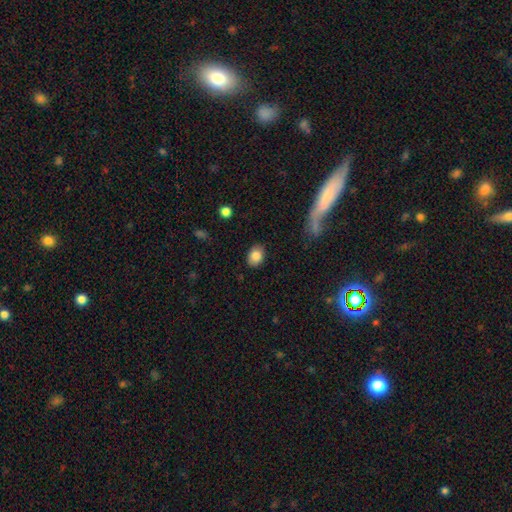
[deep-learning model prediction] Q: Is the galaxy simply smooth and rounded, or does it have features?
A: smooth — 84%.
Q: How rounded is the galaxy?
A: in between — 66%.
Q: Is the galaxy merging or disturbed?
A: none — 87%.